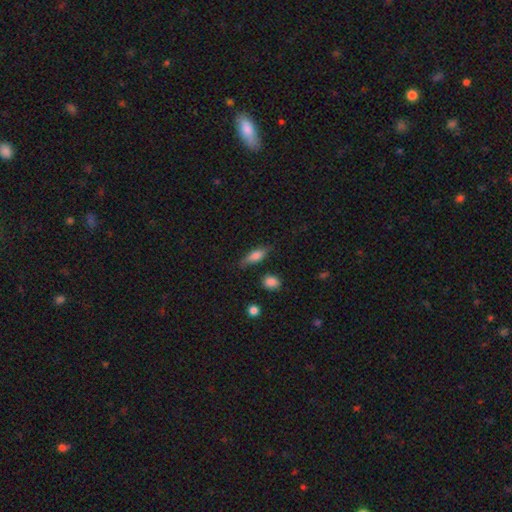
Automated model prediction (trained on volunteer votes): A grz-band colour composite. It shows a smooth galaxy with no disk features (72%) that is in between round and cigar-shaped (64%). Merging: none (70%).